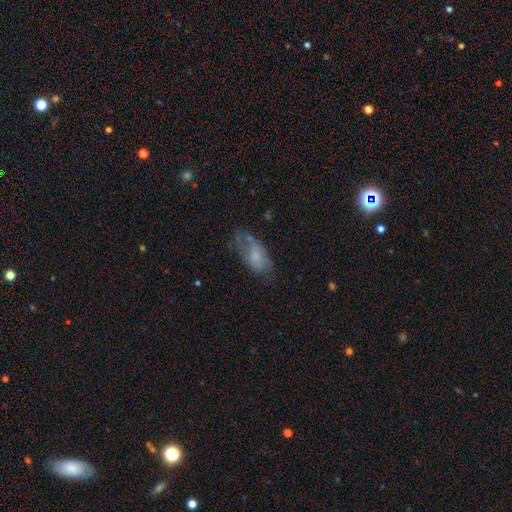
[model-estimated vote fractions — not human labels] This appears to be a smooth galaxy with no disk features (61%) that is in between round and cigar-shaped (89%). Merging: none (41%).